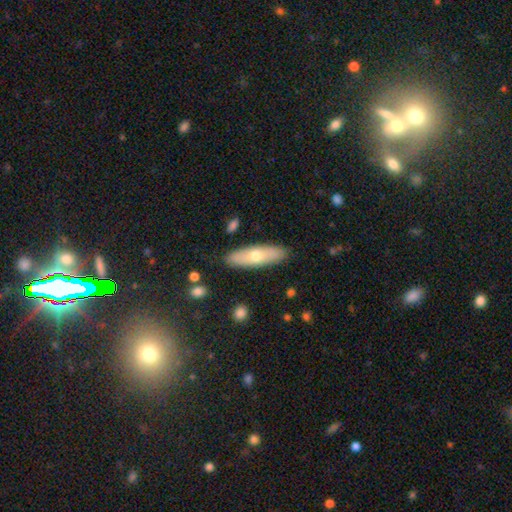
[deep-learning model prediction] This appears to be a smooth galaxy with no disk features (60%) that is cigar-shaped (52%). Merging: none (87%).